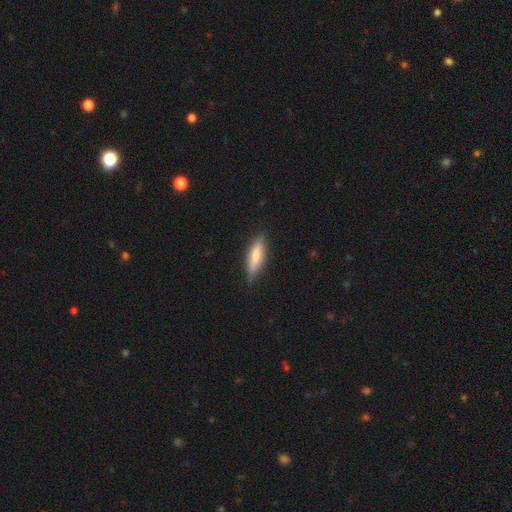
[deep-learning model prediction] Q: Smooth or featured?
A: smooth (66%); runner-up: featured or disk (28%)
Q: How rounded?
A: cigar-shaped (65%); runner-up: in between (33%)
Q: Merging?
A: none (81%); runner-up: minor disturbance (15%)